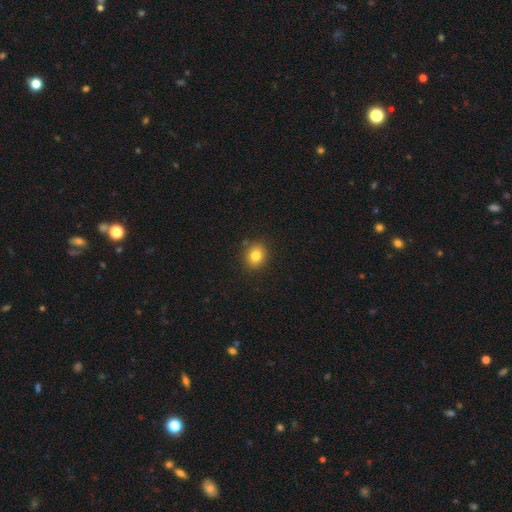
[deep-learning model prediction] A smooth galaxy with no disk features (81%) that is round (66%).

Vote fractions:
- Smooth or featured? smooth: 81% / star or artifact: 11% / featured or disk: 8%
- How rounded? round: 66% / in between: 33% / cigar-shaped: 1%
- Merging? none: 88% / minor disturbance: 8% / major disturbance: 2% / merger: 2%